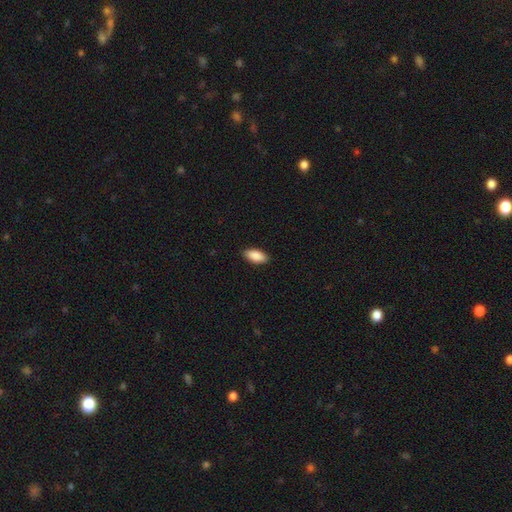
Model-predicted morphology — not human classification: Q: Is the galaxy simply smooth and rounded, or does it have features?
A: smooth — 90%.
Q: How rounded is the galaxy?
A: in between — 91%.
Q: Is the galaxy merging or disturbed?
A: none — 89%.